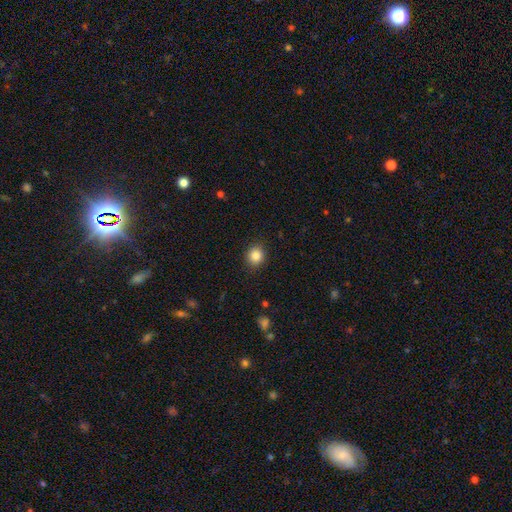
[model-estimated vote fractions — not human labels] This is clearly a smooth galaxy (84%). How rounded: likely round (79%). Merging: clearly none (90%).